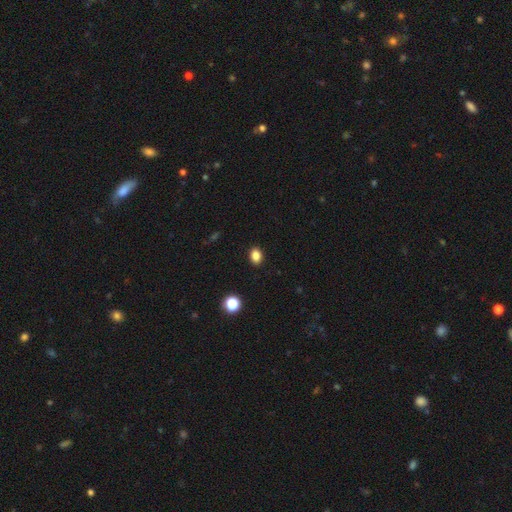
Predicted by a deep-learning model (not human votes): A smooth galaxy with no disk features (85%) that is in between round and cigar-shaped (69%).

Vote fractions:
- Smooth or featured? smooth: 85% / star or artifact: 11% / featured or disk: 4%
- How rounded? in between: 69% / round: 30% / cigar-shaped: 1%
- Merging? none: 90% / minor disturbance: 7% / major disturbance: 2% / merger: 1%